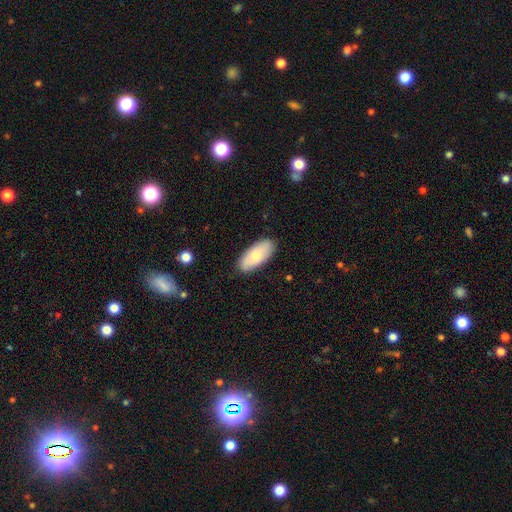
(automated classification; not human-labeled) The model was most divided on "smooth or featured": smooth: 72%, featured or disk: 23%, star or artifact: 6%. More confident: how rounded — in between (89%); merging — none (86%).